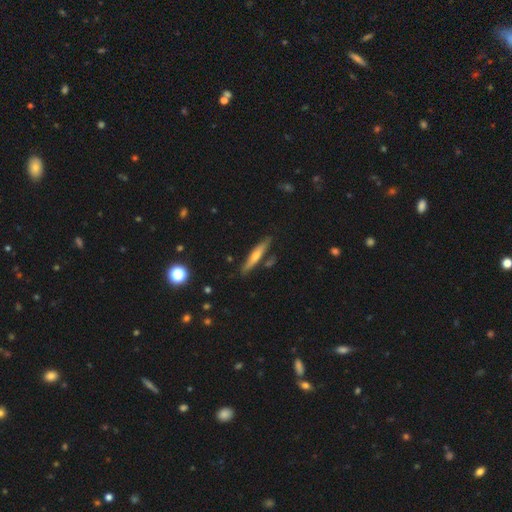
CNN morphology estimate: featured or disk 52%, smooth 41%, star or artifact 7%. Down the decision tree: edge-on disk — yes (93%); merging — none (83%).